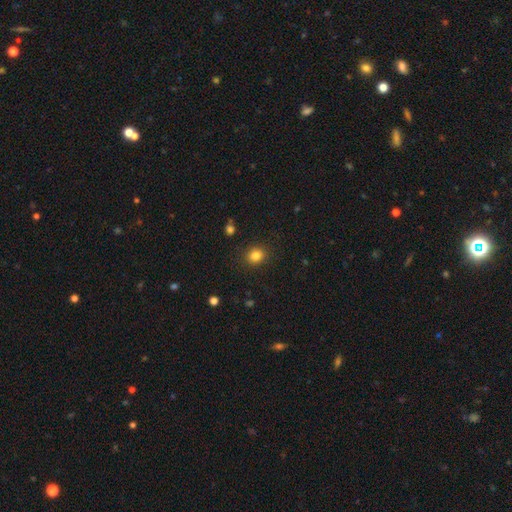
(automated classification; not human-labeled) This appears to be a smooth galaxy with no disk features (84%) that is round (75%). Merging: none (89%).